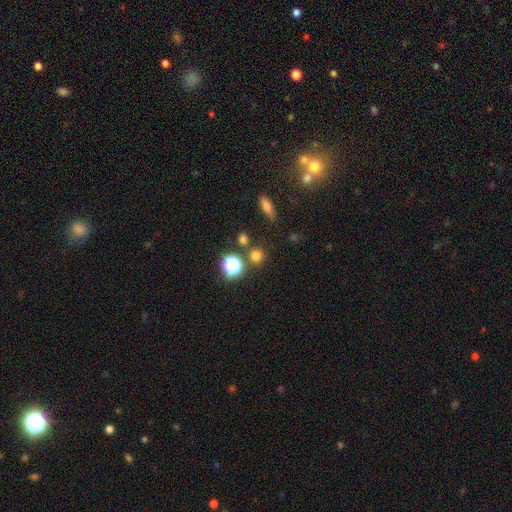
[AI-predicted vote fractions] smooth-or-featured: smooth: 72% | star or artifact: 22% | featured or disk: 6%
  how-rounded: round: 91% | in between: 8% | cigar-shaped: 1%
  merging: none: 81% | merger: 8% | minor disturbance: 8% | major disturbance: 3%